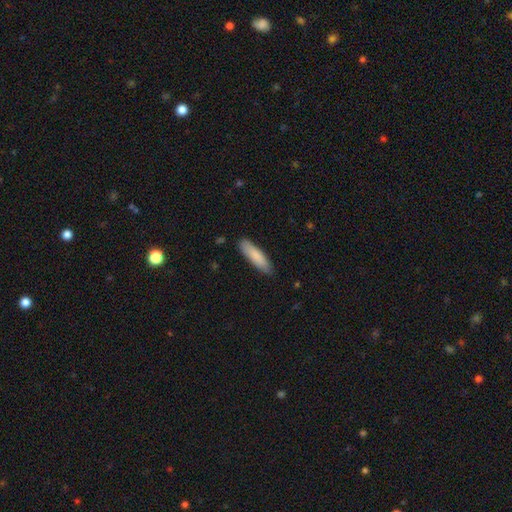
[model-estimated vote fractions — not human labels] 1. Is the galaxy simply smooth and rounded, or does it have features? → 85% smooth, 9% featured or disk, 5% star or artifact.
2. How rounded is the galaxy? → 65% cigar-shaped, 33% in between, 1% round.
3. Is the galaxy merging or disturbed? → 85% none, 12% minor disturbance, 2% major disturbance, 1% merger.